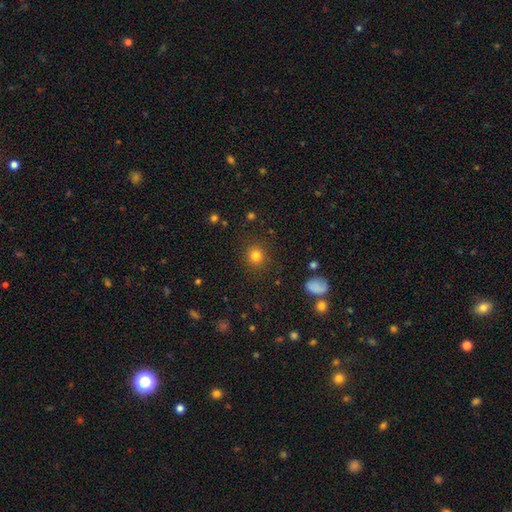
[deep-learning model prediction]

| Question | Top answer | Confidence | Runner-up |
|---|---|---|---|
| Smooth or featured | smooth | 81% | star or artifact (14%) |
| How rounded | round | 90% | in between (9%) |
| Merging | none | 89% | minor disturbance (7%) |